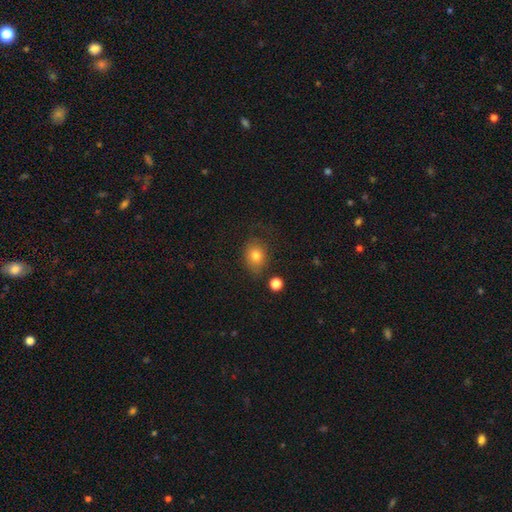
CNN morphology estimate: This is likely a smooth galaxy (79%). How rounded: possibly in between (50%). Merging: likely none (66%).